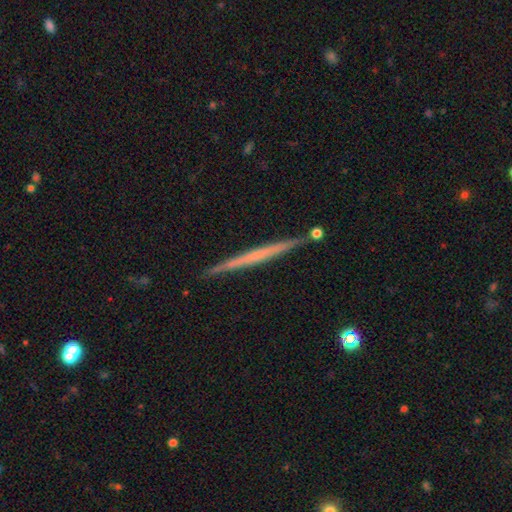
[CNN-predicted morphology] A featured or disk galaxy (58%) viewed edge-on (98%) with no central bulge (88%).

Vote fractions:
- Smooth or featured? featured or disk: 58% / smooth: 36% / star or artifact: 6%
- Edge-on disk? yes: 98% / no: 2%
- Edge-on bulge? none: 88% / rounded: 8% / boxy: 4%
- Merging? none: 90% / minor disturbance: 7% / merger: 2% / major disturbance: 1%